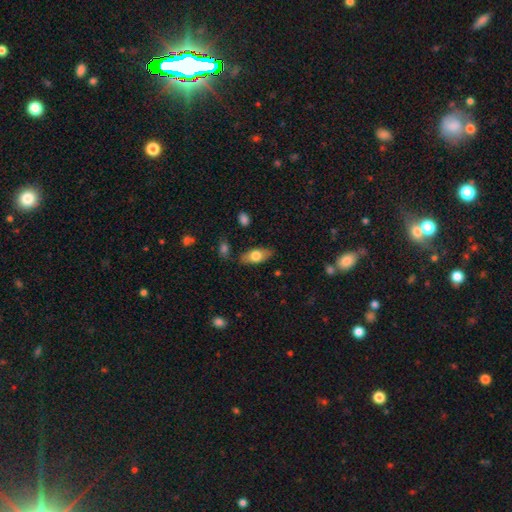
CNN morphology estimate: Overall: smooth (69%). How rounded: in between (84%). Merging: none (82%).